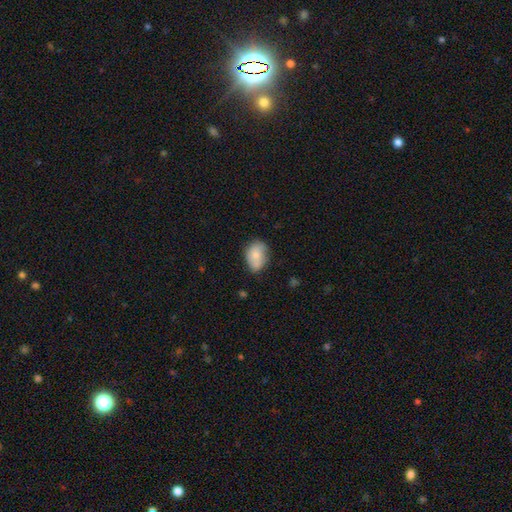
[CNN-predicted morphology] Smooth or featured: smooth — 73% (featured or disk — 20%)
How rounded: in between — 76% (round — 22%)
Merging: none — 59% (minor disturbance — 29%)